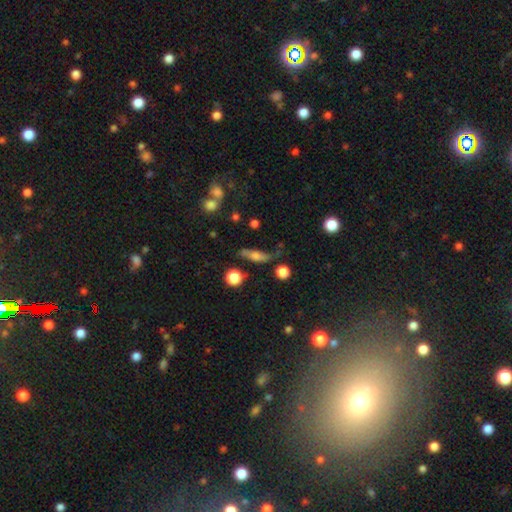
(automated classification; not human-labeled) Morphology: type=smooth (56%); roundness=cigar-shaped (51%); merging=none (62%).